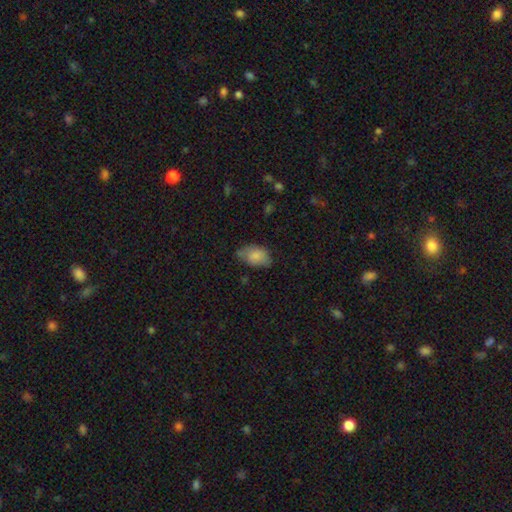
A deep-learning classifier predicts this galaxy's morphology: smooth-or-featured: smooth: 81% | featured or disk: 11% | star or artifact: 8%
  how-rounded: in between: 88% | round: 10% | cigar-shaped: 1%
  merging: none: 55% | minor disturbance: 34% | major disturbance: 9% | merger: 2%